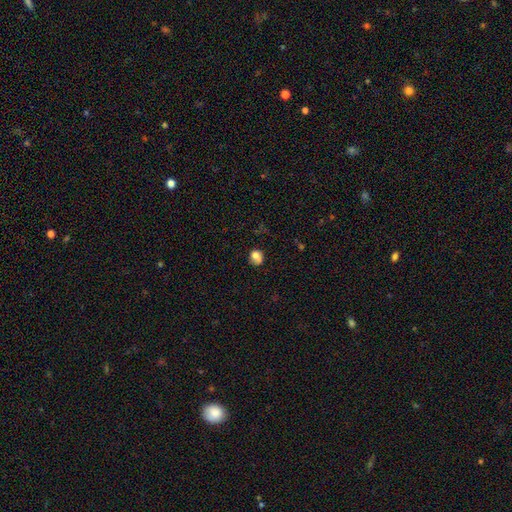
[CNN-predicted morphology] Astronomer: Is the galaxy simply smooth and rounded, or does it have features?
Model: smooth — 76%.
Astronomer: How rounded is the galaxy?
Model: round — 69%.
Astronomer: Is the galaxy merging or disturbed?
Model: none — 56%.